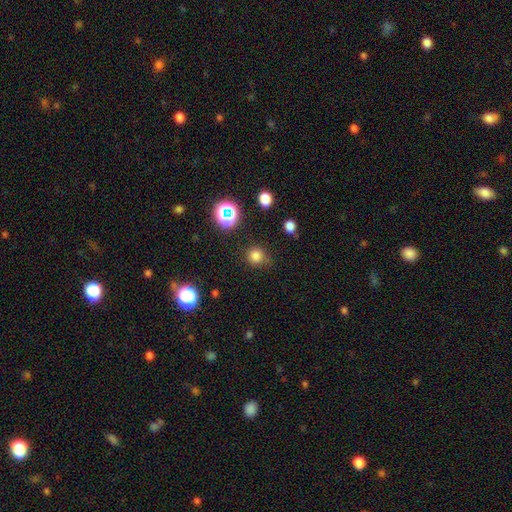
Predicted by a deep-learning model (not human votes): Q: Smooth or featured?
A: smooth (78%); runner-up: star or artifact (18%)
Q: How rounded?
A: round (92%); runner-up: in between (7%)
Q: Merging?
A: none (82%); runner-up: minor disturbance (12%)